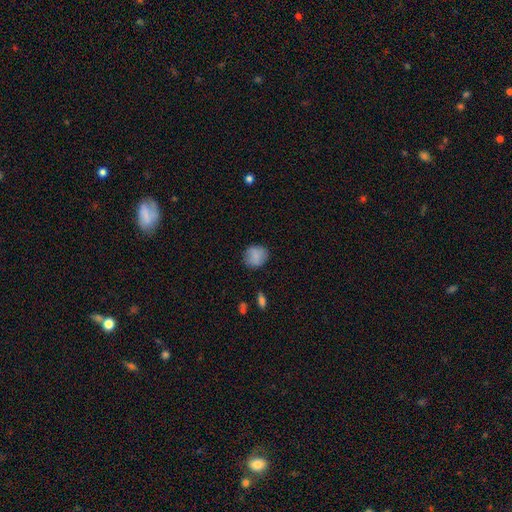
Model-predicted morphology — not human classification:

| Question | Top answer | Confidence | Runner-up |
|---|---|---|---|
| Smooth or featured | smooth | 83% | star or artifact (9%) |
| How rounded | round | 81% | in between (18%) |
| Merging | none | 80% | minor disturbance (15%) |